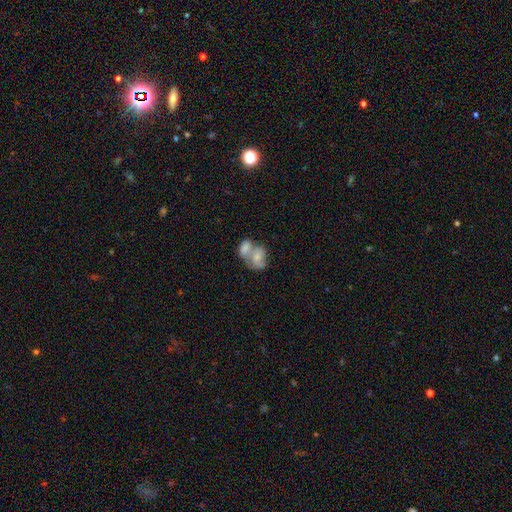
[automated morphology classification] Smooth or featured?
  - smooth: 56% *
  - featured or disk: 36%
  - star or artifact: 8%
How rounded?
  - in between: 69% *
  - round: 29%
  - cigar-shaped: 2%
Merging?
  - merger: 73% *
  - none: 14%
  - minor disturbance: 7%
  - major disturbance: 6%